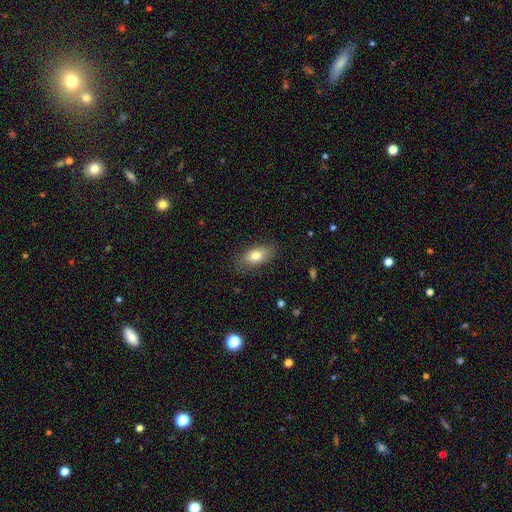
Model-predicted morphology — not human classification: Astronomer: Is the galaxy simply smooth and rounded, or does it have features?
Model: smooth — 78%.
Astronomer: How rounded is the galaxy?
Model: in between — 89%.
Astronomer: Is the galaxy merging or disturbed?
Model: none — 82%.